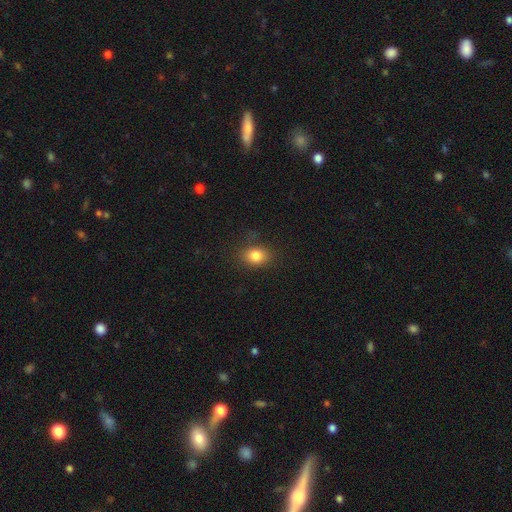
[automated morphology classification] Smooth or featured? smooth (82%)
How rounded? in between (53%)
Merging? none (80%)